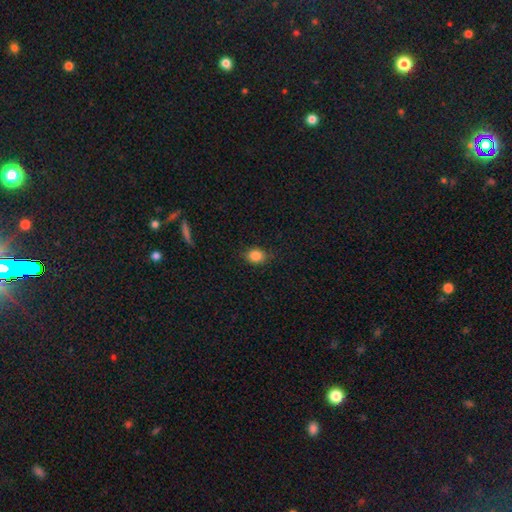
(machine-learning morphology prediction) This appears to be a smooth galaxy with no disk features (86%) that is in between round and cigar-shaped (53%). Merging: none (83%).